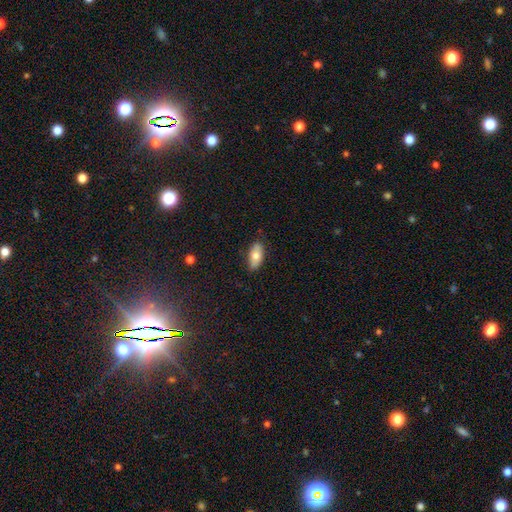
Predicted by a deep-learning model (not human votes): A smooth galaxy with no disk features (74%) that is in between round and cigar-shaped (88%). Merging: none (84%).